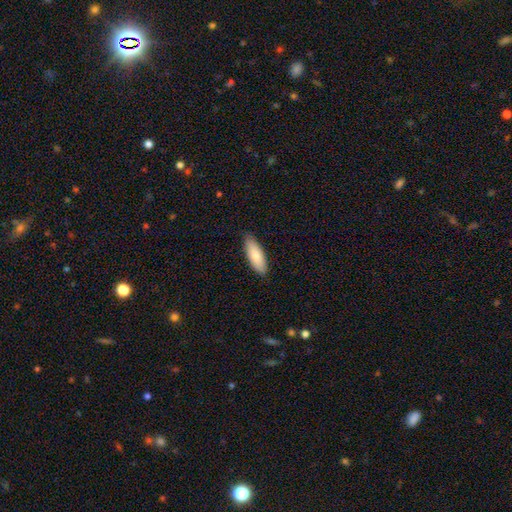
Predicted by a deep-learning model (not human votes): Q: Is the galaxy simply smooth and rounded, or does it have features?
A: smooth — 82%.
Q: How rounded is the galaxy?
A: in between — 64%.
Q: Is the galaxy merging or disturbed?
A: none — 86%.